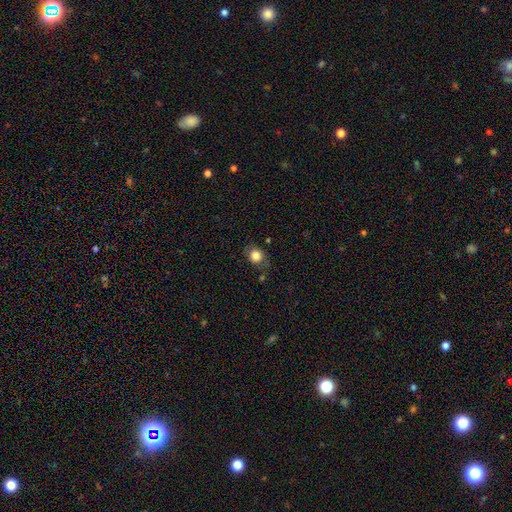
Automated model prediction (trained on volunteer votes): smooth_or_featured: smooth (p=0.80) [alt: featured or disk p=0.10]
how_rounded: round (p=0.60) [alt: in between p=0.38]
merging: none (p=0.68) [alt: minor disturbance p=0.21]